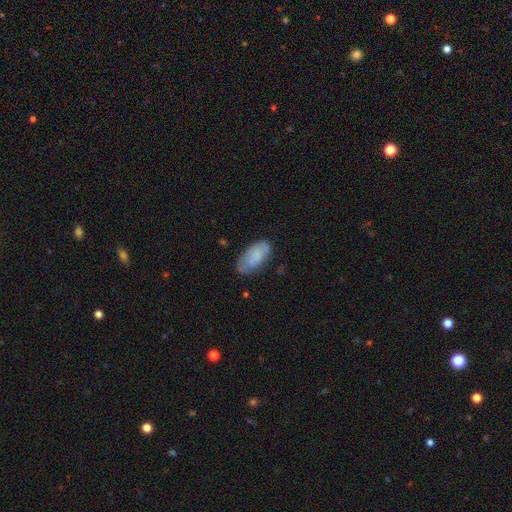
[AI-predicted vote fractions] smooth-or-featured: smooth: 74% | featured or disk: 19% | star or artifact: 7%
  how-rounded: in between: 92% | cigar-shaped: 5% | round: 2%
  merging: none: 67% | minor disturbance: 24% | major disturbance: 6% | merger: 2%